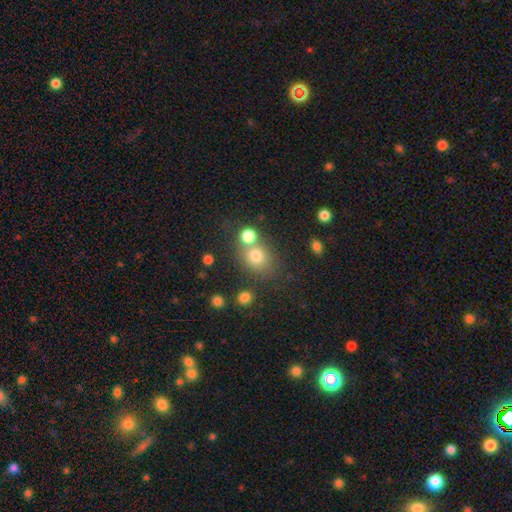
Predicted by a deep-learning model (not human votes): A smooth galaxy with no disk features (75%) that is round (73%).

Vote fractions:
- Smooth or featured? smooth: 75% / star or artifact: 15% / featured or disk: 10%
- How rounded? round: 73% / in between: 26% / cigar-shaped: 1%
- Merging? none: 58% / merger: 27% / minor disturbance: 11% / major disturbance: 5%